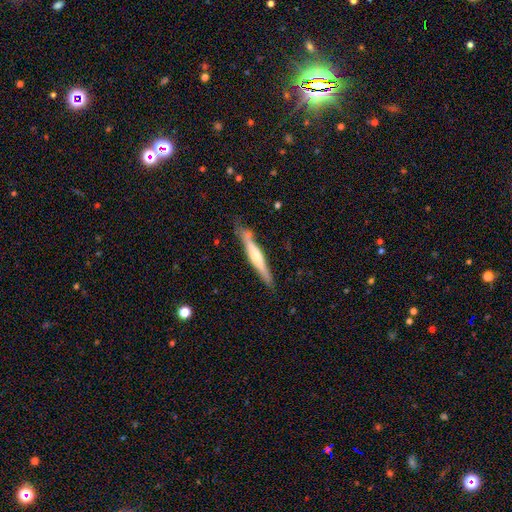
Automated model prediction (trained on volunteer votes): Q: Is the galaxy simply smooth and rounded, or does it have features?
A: featured or disk — 62%.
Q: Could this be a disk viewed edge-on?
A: yes — 95%.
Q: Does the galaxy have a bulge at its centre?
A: rounded — 69%.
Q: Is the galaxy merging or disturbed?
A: none — 80%.